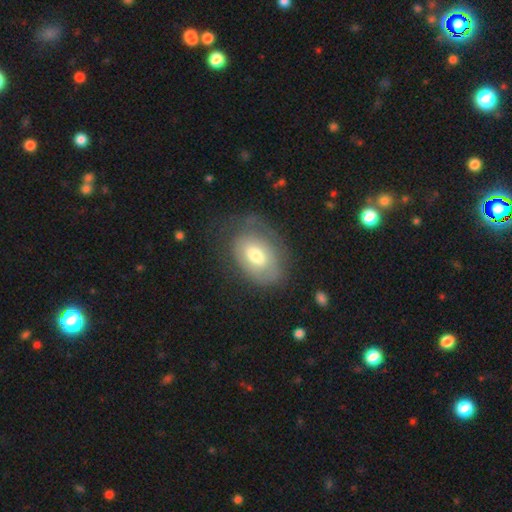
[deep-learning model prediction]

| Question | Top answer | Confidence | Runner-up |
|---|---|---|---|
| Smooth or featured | smooth | 51% | featured or disk (42%) |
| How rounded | in between | 83% | round (16%) |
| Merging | none | 55% | minor disturbance (26%) |